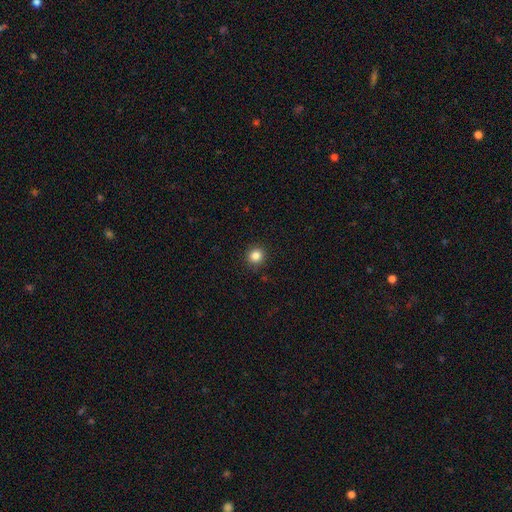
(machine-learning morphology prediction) Smooth or featured?
  - smooth: 85% *
  - star or artifact: 11%
  - featured or disk: 4%
How rounded?
  - round: 92% *
  - in between: 7%
  - cigar-shaped: 1%
Merging?
  - none: 91% *
  - minor disturbance: 6%
  - major disturbance: 2%
  - merger: 1%